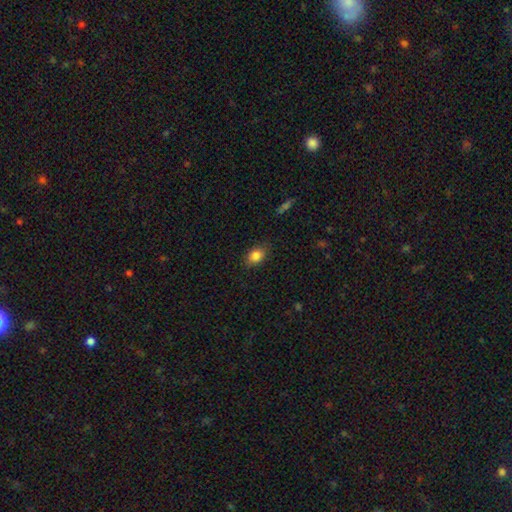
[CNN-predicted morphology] smooth-or-featured: smooth: 85% | star or artifact: 9% | featured or disk: 6%
  how-rounded: in between: 72% | round: 27% | cigar-shaped: 2%
  merging: none: 83% | minor disturbance: 13% | major disturbance: 3% | merger: 1%